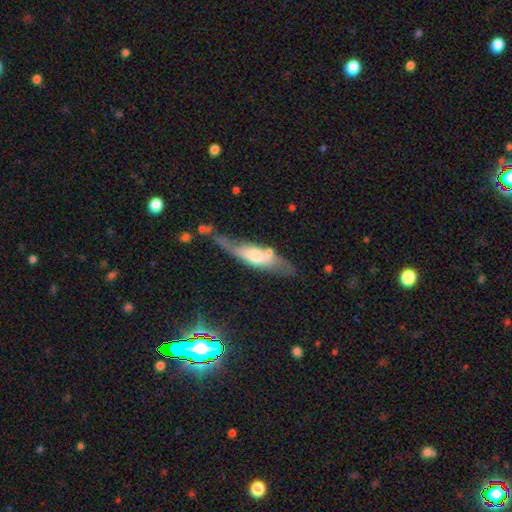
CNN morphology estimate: Q: Smooth or featured?
A: featured or disk (55%); runner-up: smooth (40%)
Q: Edge-on disk?
A: yes (55%); runner-up: no (45%)
Q: Merging?
A: none (44%); runner-up: minor disturbance (28%)